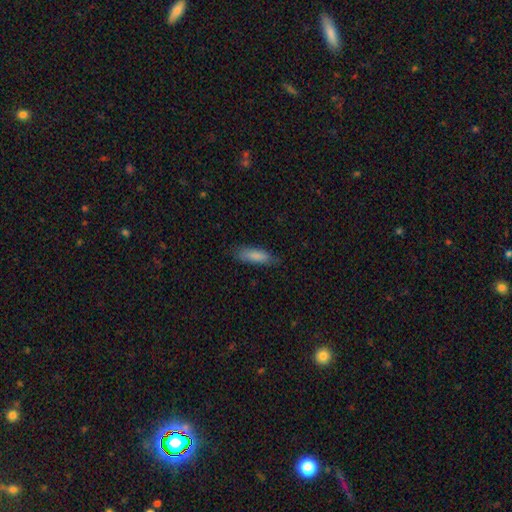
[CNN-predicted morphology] Overall: smooth (86%). How rounded: in between (54%; cigar-shaped 44%). Merging: none (80%).